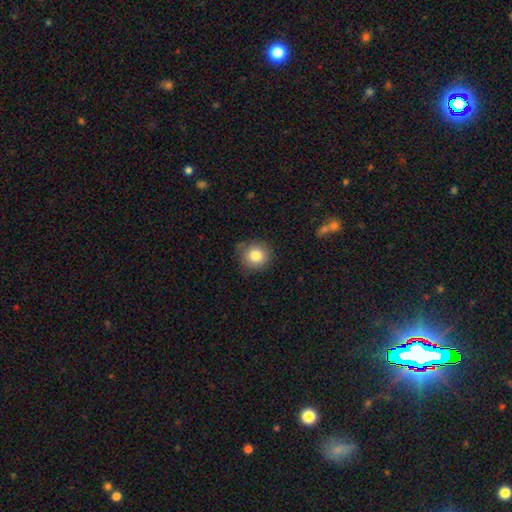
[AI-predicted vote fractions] A smooth galaxy with no disk features (82%) that is round (90%).

Vote fractions:
- Smooth or featured? smooth: 82% / star or artifact: 10% / featured or disk: 8%
- How rounded? round: 90% / in between: 9% / cigar-shaped: 1%
- Merging? none: 81% / minor disturbance: 14% / major disturbance: 3% / merger: 2%